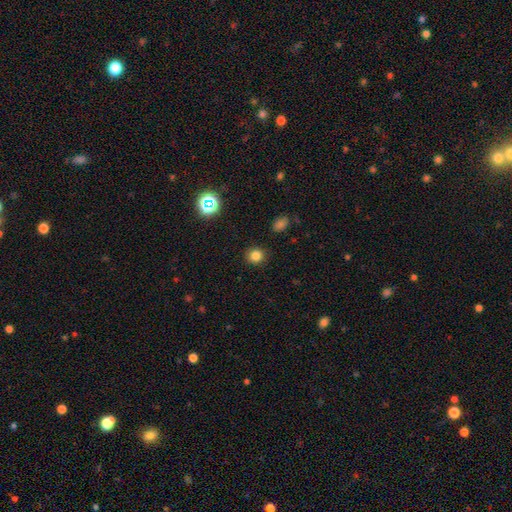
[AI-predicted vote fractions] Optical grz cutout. It shows a smooth galaxy with no disk features (81%) that is round (88%). Merging: none (90%).